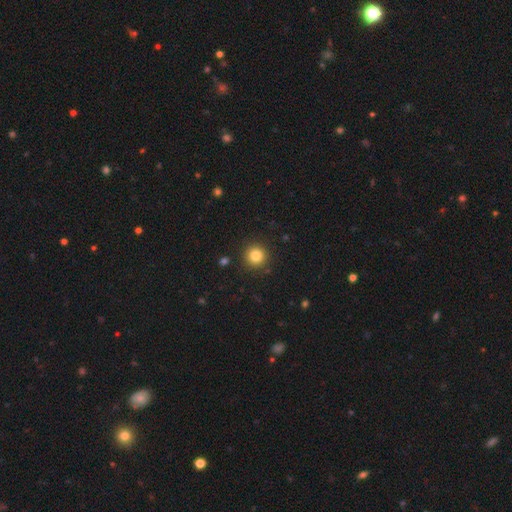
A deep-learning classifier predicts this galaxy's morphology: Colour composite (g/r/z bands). It shows a smooth galaxy with no disk features (83%) that is round (94%). Merging: none (91%).